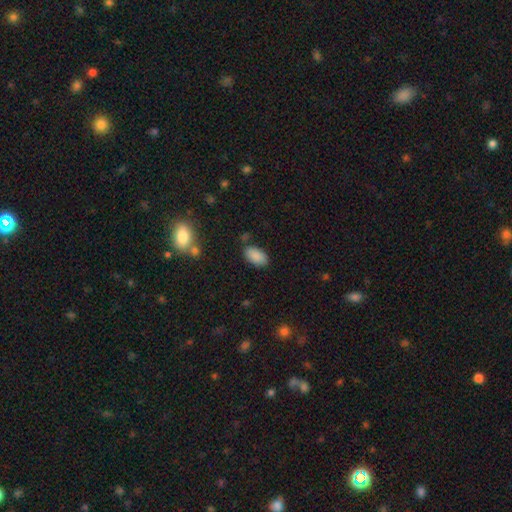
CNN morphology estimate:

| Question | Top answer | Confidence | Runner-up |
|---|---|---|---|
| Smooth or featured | smooth | 88% | star or artifact (7%) |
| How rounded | in between | 94% | round (3%) |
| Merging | none | 80% | minor disturbance (13%) |